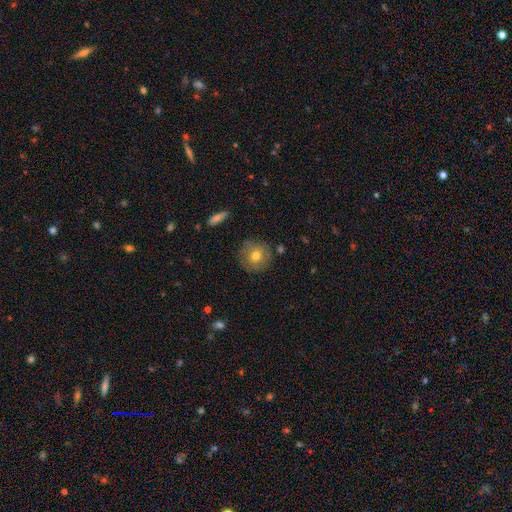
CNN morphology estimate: Overall: smooth (70%). How rounded: round (93%). Merging: none (84%).